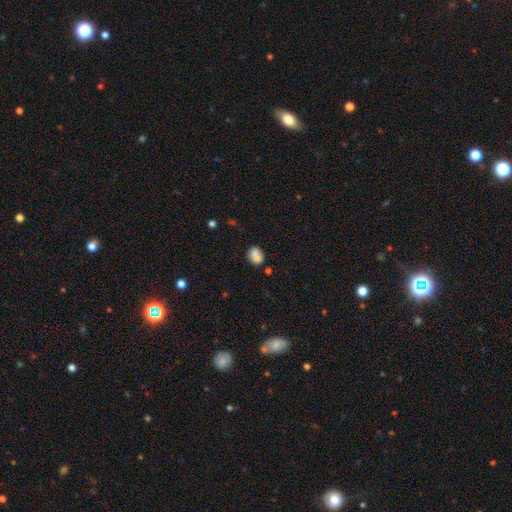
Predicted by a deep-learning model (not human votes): smooth-or-featured: smooth: 75% | featured or disk: 16% | star or artifact: 9%
  how-rounded: round: 53% | in between: 45% | cigar-shaped: 1%
  merging: none: 45% | merger: 35% | minor disturbance: 15% | major disturbance: 5%